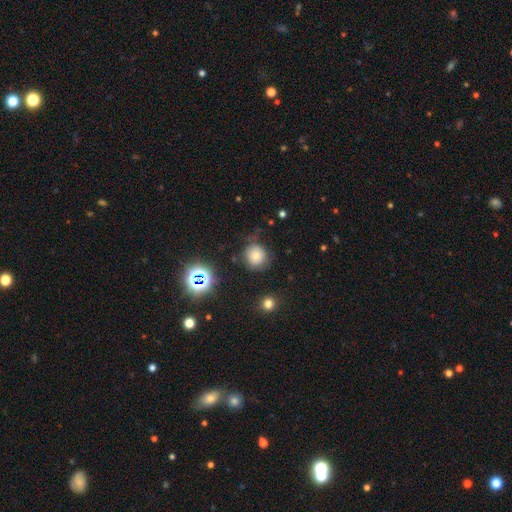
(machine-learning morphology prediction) smooth_or_featured: smooth (p=0.70) [alt: star or artifact p=0.17]
how_rounded: round (p=0.88) [alt: in between p=0.11]
merging: none (p=0.72) [alt: minor disturbance p=0.18]